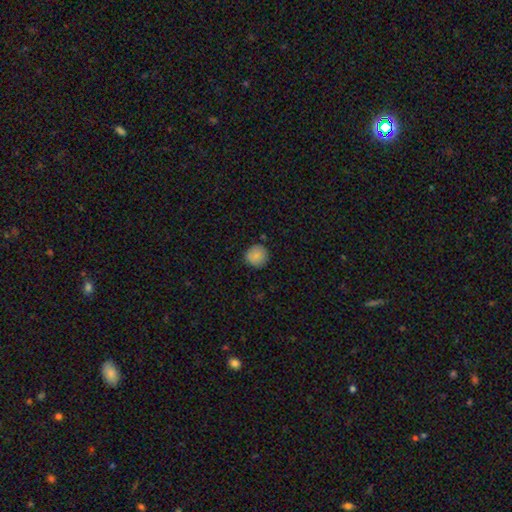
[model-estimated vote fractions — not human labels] This appears to be a smooth galaxy with no disk features (86%) that is round (93%). Merging: none (86%).